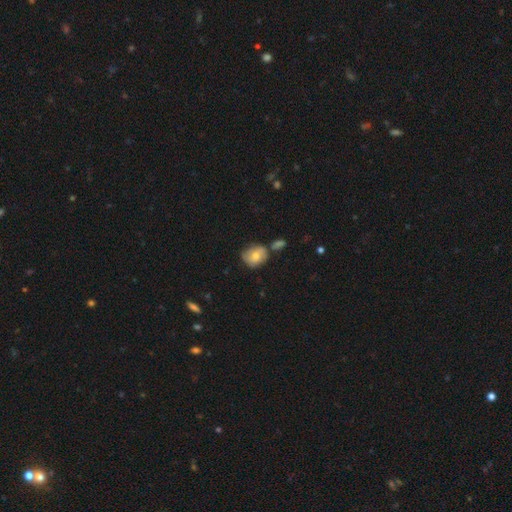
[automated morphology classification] This appears to be a smooth galaxy with no disk features (70%) that is round (50%). Merging: none (48%).